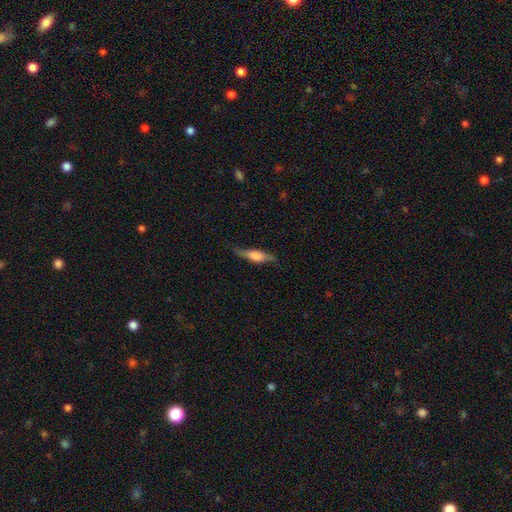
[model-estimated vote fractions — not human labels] Smooth or featured?
  - featured or disk: 49% *
  - smooth: 44%
  - star or artifact: 7%
Merging?
  - none: 75% *
  - minor disturbance: 18%
  - major disturbance: 5%
  - merger: 1%